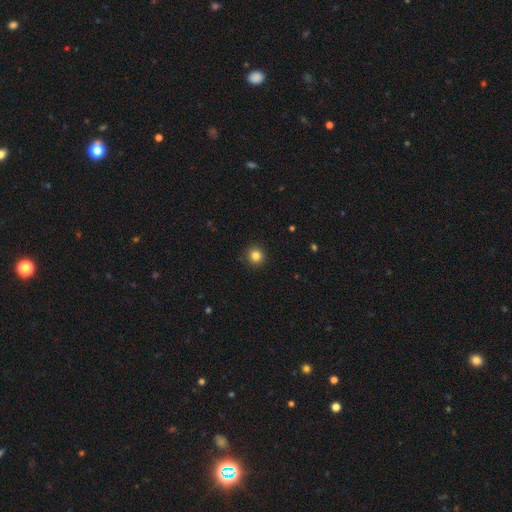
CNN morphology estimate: Smooth or featured: smooth — 83% (star or artifact — 12%)
How rounded: round — 94% (in between — 5%)
Merging: none — 92% (minor disturbance — 6%)